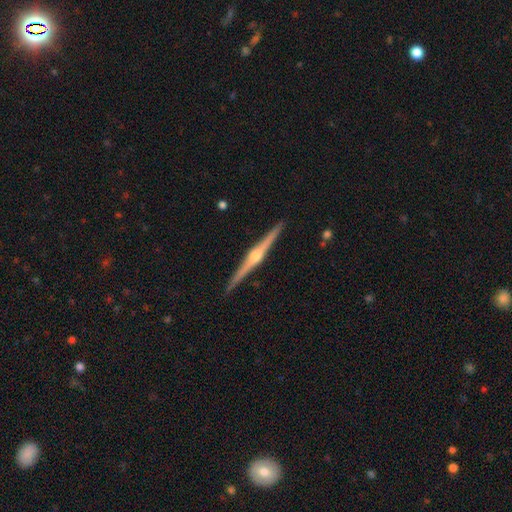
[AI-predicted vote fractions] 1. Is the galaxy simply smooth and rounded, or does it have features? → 87% featured or disk, 8% smooth, 4% star or artifact.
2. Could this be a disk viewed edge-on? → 99% yes, 1% no.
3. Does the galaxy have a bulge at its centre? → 93% rounded, 4% boxy, 3% none.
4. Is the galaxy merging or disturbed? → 93% none, 5% minor disturbance, 1% major disturbance, 1% merger.